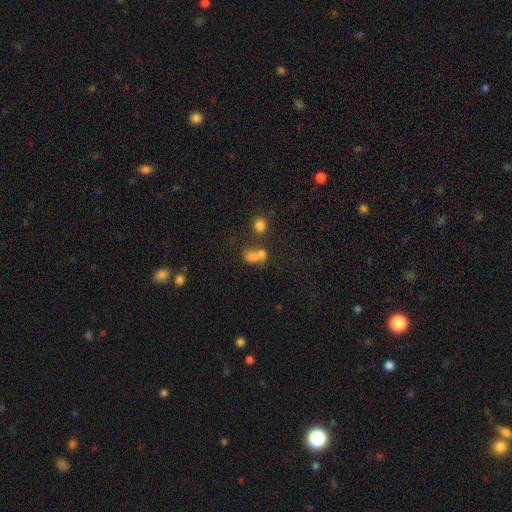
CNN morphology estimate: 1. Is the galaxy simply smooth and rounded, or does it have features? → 70% smooth, 16% star or artifact, 15% featured or disk.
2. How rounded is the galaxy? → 59% in between, 39% round, 2% cigar-shaped.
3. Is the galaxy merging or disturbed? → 58% merger, 26% none, 9% minor disturbance, 7% major disturbance.